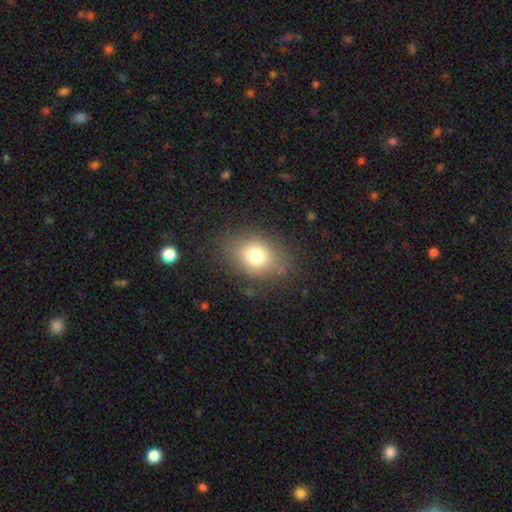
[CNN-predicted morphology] Q: Smooth or featured?
A: smooth (75%); runner-up: featured or disk (13%)
Q: How rounded?
A: in between (65%); runner-up: round (34%)
Q: Merging?
A: none (76%); runner-up: minor disturbance (16%)